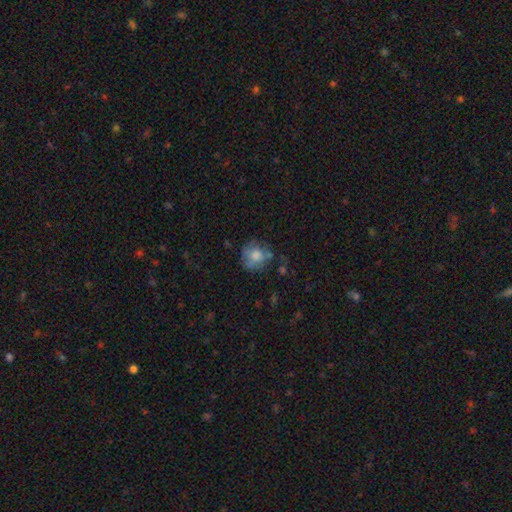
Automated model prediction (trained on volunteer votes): A smooth galaxy with no disk features (67%) that is round (84%).

Vote fractions:
- Smooth or featured? smooth: 67% / featured or disk: 24% / star or artifact: 9%
- How rounded? round: 84% / in between: 15% / cigar-shaped: 1%
- Merging? none: 56% / minor disturbance: 24% / major disturbance: 14% / merger: 5%